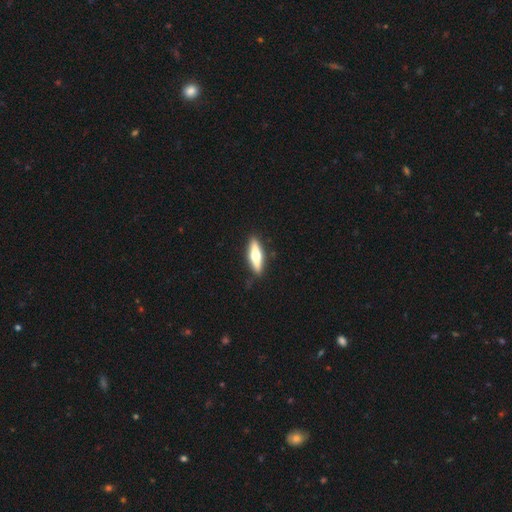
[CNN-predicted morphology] Overall: featured or disk (57%; smooth 38%). Edge-on disk: yes (93%). Edge-on bulge: rounded (96%). Merging: none (89%).